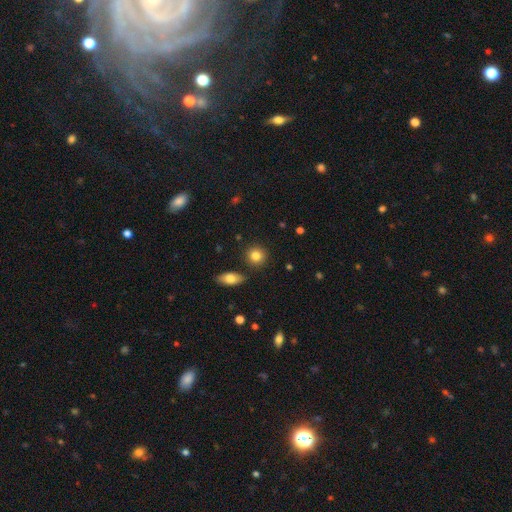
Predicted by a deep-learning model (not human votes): smooth-or-featured: smooth: 83% | star or artifact: 9% | featured or disk: 8%
  how-rounded: round: 85% | in between: 13% | cigar-shaped: 1%
  merging: none: 86% | minor disturbance: 8% | merger: 4% | major disturbance: 2%